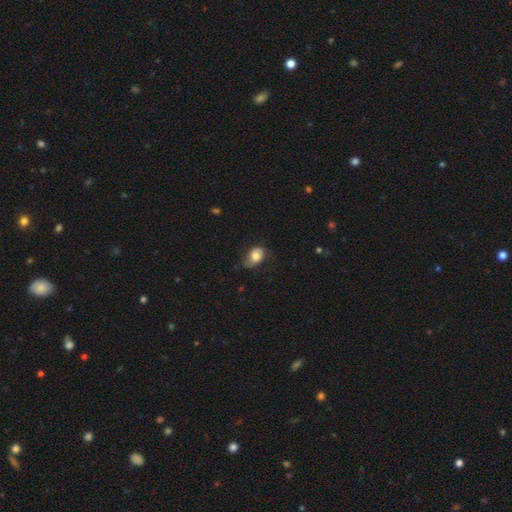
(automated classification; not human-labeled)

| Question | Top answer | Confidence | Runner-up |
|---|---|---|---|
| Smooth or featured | smooth | 72% | featured or disk (20%) |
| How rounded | in between | 72% | round (26%) |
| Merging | none | 49% | minor disturbance (35%) |